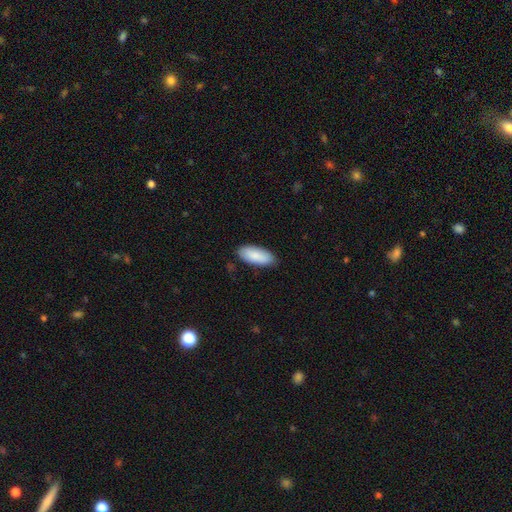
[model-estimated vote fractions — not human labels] Overall: smooth (88%). How rounded: in between (85%). Merging: none (85%).